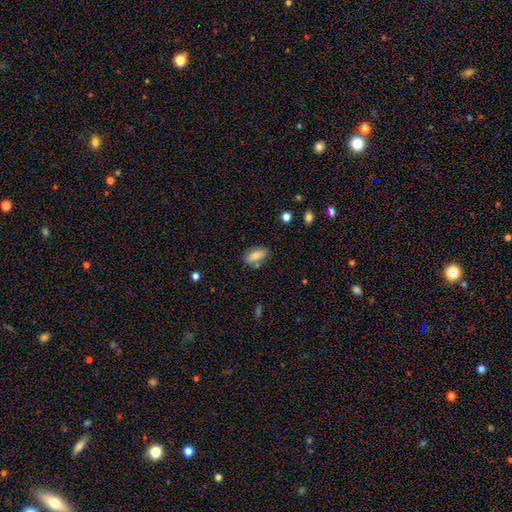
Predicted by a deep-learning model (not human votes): smooth_or_featured: smooth (p=0.75) [alt: featured or disk p=0.17]
how_rounded: in between (p=0.87) [alt: cigar-shaped p=0.09]
merging: none (p=0.76) [alt: minor disturbance p=0.15]